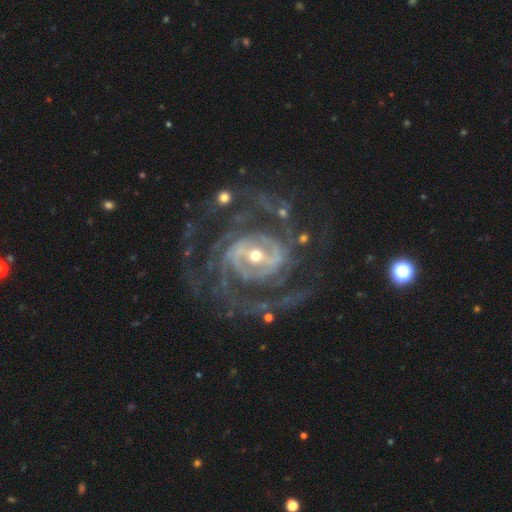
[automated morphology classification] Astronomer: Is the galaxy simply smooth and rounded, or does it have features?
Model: featured or disk — 93%.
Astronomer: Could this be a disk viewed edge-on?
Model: no — 98%.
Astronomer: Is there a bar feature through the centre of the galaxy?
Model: strong — 42% (runner-up: weak, 38%).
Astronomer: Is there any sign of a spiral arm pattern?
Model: yes — 98%.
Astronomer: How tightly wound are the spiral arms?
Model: tight — 52% (runner-up: medium, 38%).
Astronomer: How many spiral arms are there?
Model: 2 — 29% (runner-up: 3, 20%).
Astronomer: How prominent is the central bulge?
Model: moderate — 49% (runner-up: small, 46%).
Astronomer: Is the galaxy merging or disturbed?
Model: none — 68%.